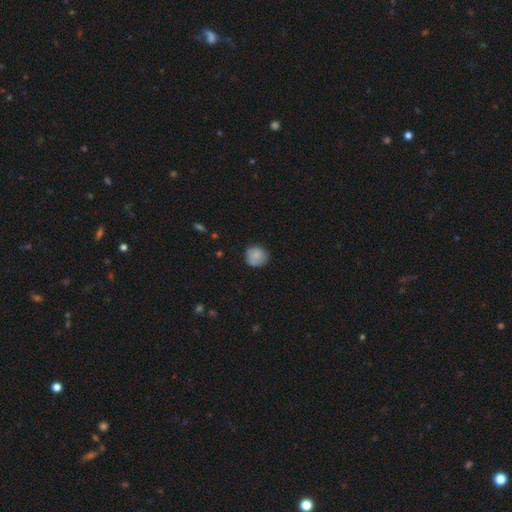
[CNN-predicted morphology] smooth-or-featured: smooth: 80% | featured or disk: 12% | star or artifact: 8%
  how-rounded: round: 89% | in between: 11% | cigar-shaped: 1%
  merging: none: 77% | minor disturbance: 18% | major disturbance: 3% | merger: 1%